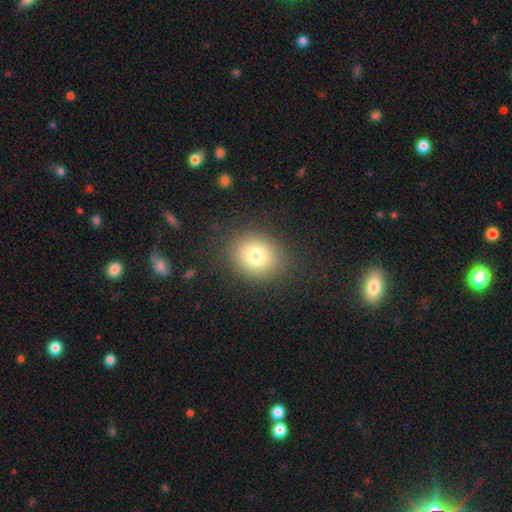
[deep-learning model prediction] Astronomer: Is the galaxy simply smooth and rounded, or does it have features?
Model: smooth — 79%.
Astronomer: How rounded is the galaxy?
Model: round — 71%.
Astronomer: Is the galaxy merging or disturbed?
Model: none — 87%.